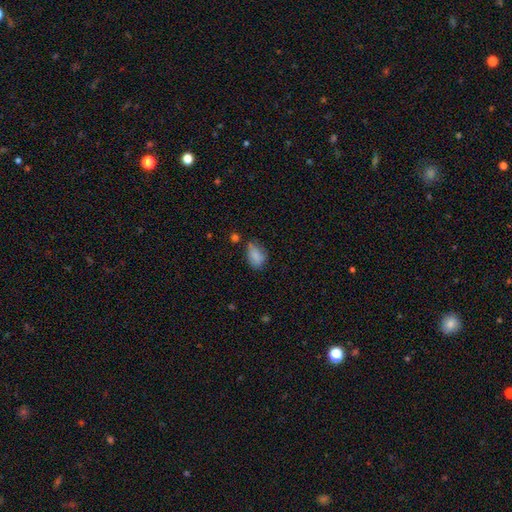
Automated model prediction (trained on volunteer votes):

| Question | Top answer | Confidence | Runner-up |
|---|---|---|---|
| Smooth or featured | smooth | 81% | featured or disk (10%) |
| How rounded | in between | 84% | round (14%) |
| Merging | none | 53% | minor disturbance (33%) |